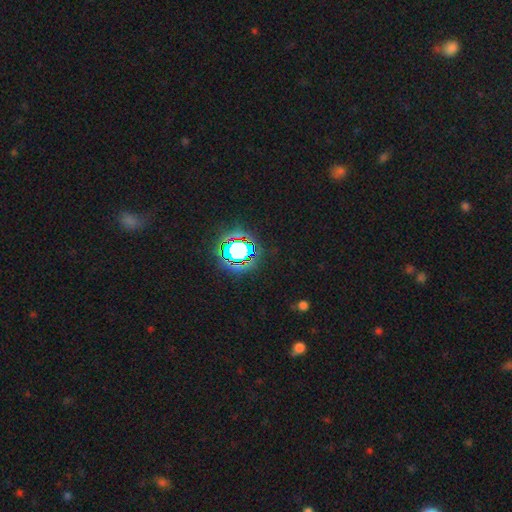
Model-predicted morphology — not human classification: smooth_or_featured: star or artifact (p=0.79) [alt: smooth p=0.14]